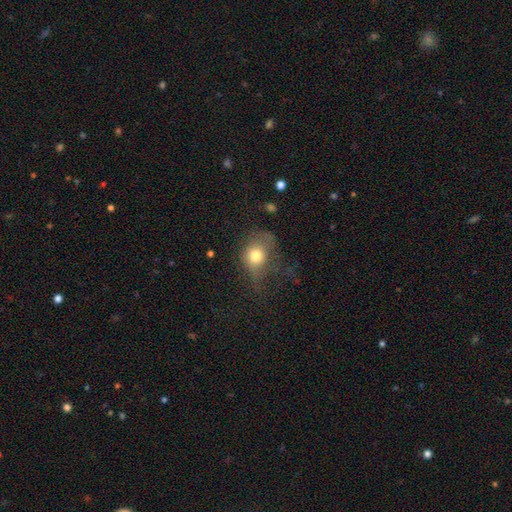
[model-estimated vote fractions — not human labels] Morphology: type=smooth (72%); roundness=round (57%); merging=major disturbance (38%).